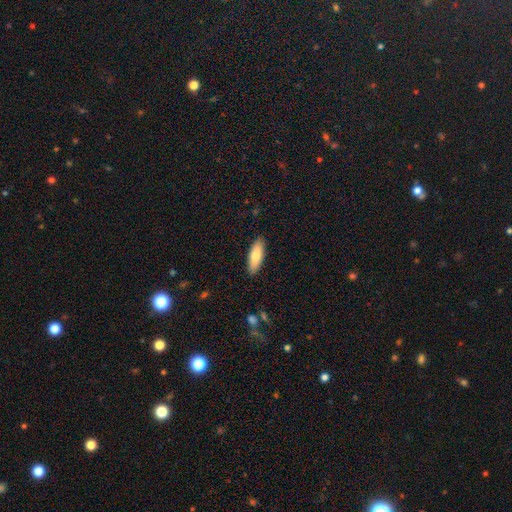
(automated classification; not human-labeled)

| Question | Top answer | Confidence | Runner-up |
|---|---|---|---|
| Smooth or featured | smooth | 79% | featured or disk (16%) |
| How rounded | in between | 62% | cigar-shaped (36%) |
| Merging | none | 89% | minor disturbance (8%) |